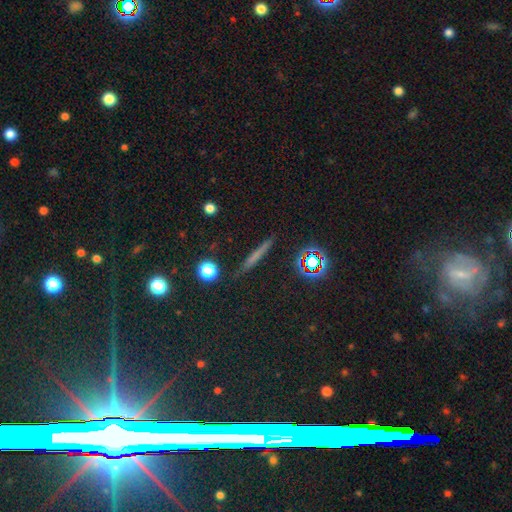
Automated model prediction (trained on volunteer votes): smooth-or-featured: smooth: 54% | featured or disk: 28% | star or artifact: 18%
  how-rounded: cigar-shaped: 87% | round: 8% | in between: 5%
  merging: none: 88% | minor disturbance: 8% | major disturbance: 2% | merger: 2%